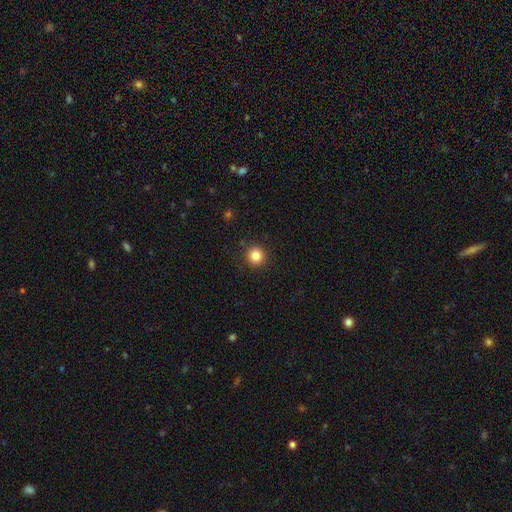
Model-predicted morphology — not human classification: smooth 84%, star or artifact 11%, featured or disk 5%. Down the decision tree: how rounded — round (93%); merging — none (91%).